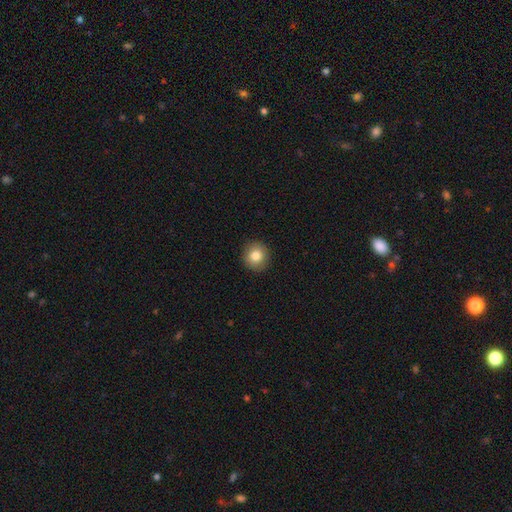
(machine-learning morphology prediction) A smooth galaxy with no disk features (82%) that is round (92%). Merging: none (92%).